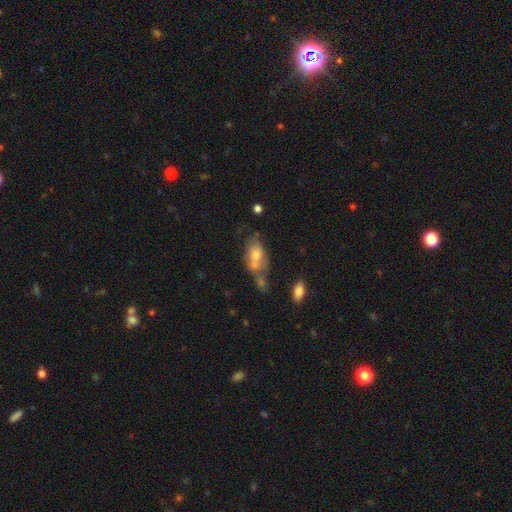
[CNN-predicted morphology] The model was most divided on "merging": merger: 46%, none: 30%, minor disturbance: 15%, major disturbance: 8%. More confident: how rounded — in between (87%); smooth or featured — smooth (67%).